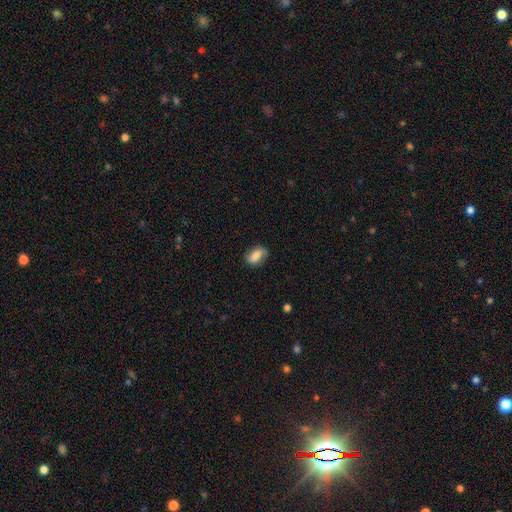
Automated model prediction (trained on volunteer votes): Smooth or featured? Predicted: smooth (p=0.70). How rounded? Predicted: in between (p=0.86). Merging? Predicted: none (p=0.71).